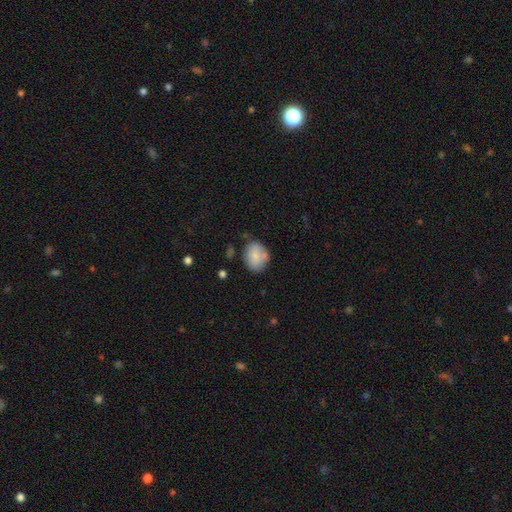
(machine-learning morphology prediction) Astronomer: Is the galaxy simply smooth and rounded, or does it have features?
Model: smooth — 78%.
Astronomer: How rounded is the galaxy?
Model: in between — 61% (runner-up: round, 38%).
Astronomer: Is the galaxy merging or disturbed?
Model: none — 62%.